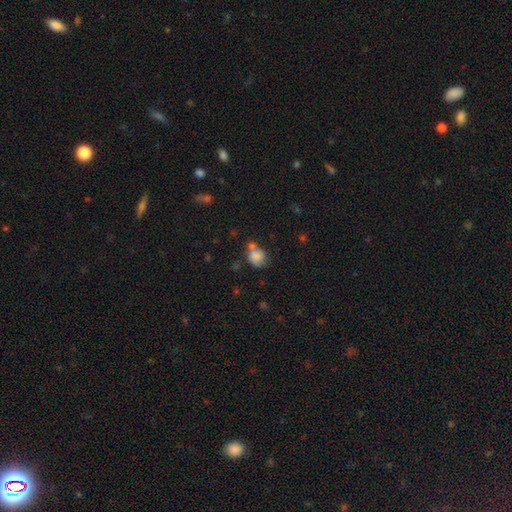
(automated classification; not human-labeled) Q: Smooth or featured?
A: smooth (75%); runner-up: featured or disk (14%)
Q: How rounded?
A: round (58%); runner-up: in between (41%)
Q: Merging?
A: none (37%); runner-up: merger (30%)